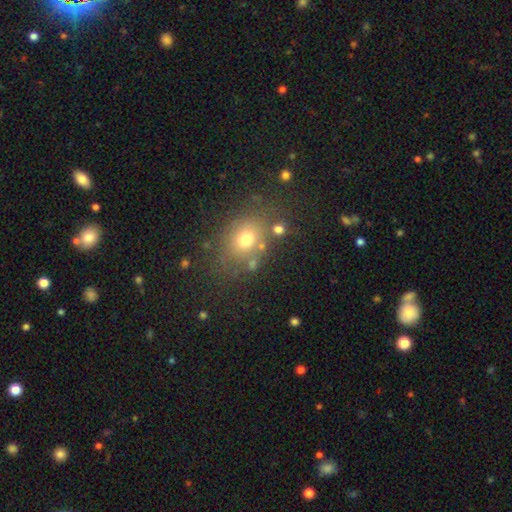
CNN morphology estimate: Q: Smooth or featured?
A: smooth (64%); runner-up: star or artifact (24%)
Q: How rounded?
A: round (53%); runner-up: in between (46%)
Q: Merging?
A: none (77%); runner-up: minor disturbance (12%)